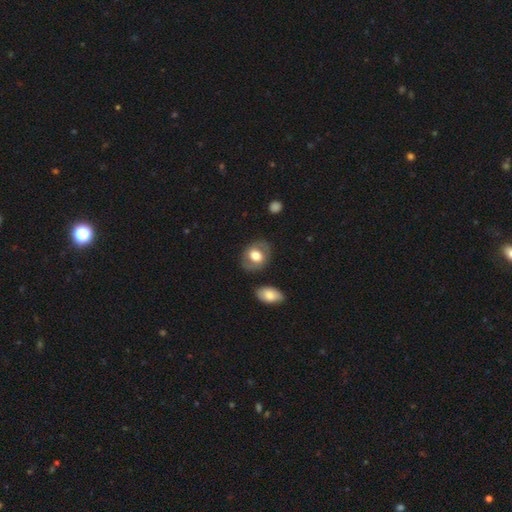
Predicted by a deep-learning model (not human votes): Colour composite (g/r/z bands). It shows a smooth galaxy with no disk features (62%) that is in between round and cigar-shaped (55%). Merging: none (80%).